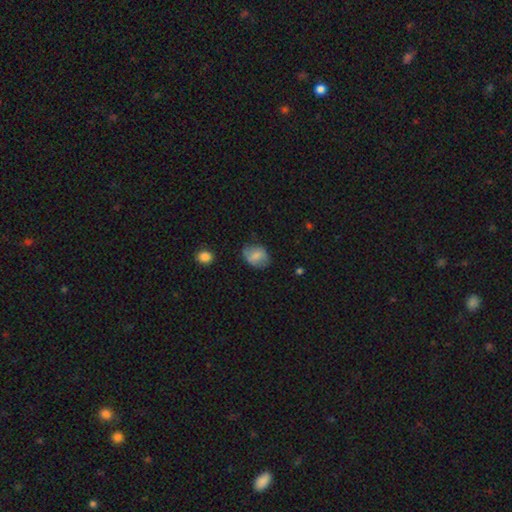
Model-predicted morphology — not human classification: Smooth or featured?
  - smooth: 71% *
  - featured or disk: 21%
  - star or artifact: 8%
How rounded?
  - in between: 66% *
  - round: 32%
  - cigar-shaped: 1%
Merging?
  - none: 70% *
  - minor disturbance: 22%
  - major disturbance: 6%
  - merger: 2%